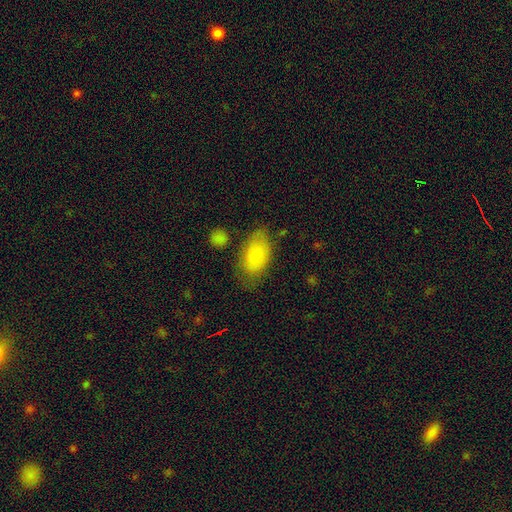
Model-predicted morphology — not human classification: Overall: smooth (80%). How rounded: in between (93%). Merging: none (66%).